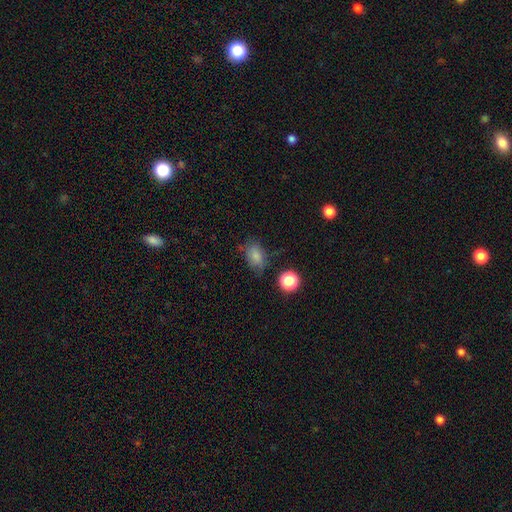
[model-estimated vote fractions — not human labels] The model was most divided on "merging": none: 65%, minor disturbance: 24%, major disturbance: 7%, merger: 4%. More confident: smooth or featured — smooth (81%); how rounded — in between (80%).